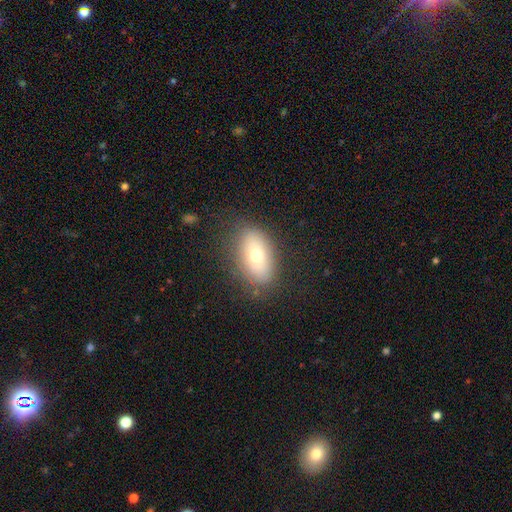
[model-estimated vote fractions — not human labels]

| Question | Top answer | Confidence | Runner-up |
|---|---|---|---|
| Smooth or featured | smooth | 67% | featured or disk (24%) |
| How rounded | in between | 87% | round (10%) |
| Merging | none | 80% | minor disturbance (13%) |